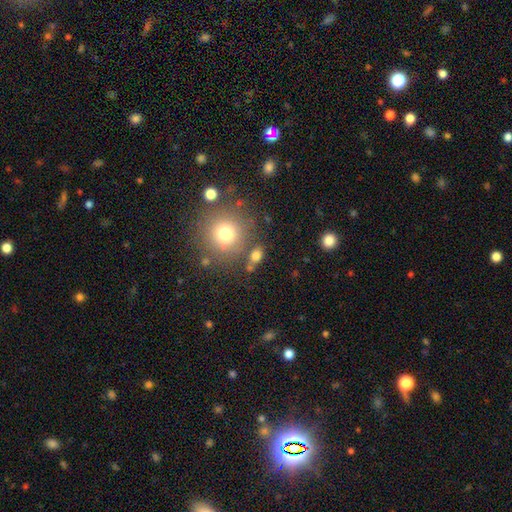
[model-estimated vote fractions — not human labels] Smooth or featured? Predicted: smooth (p=0.75). How rounded? Predicted: in between (p=0.58). Merging? Predicted: none (p=0.70).